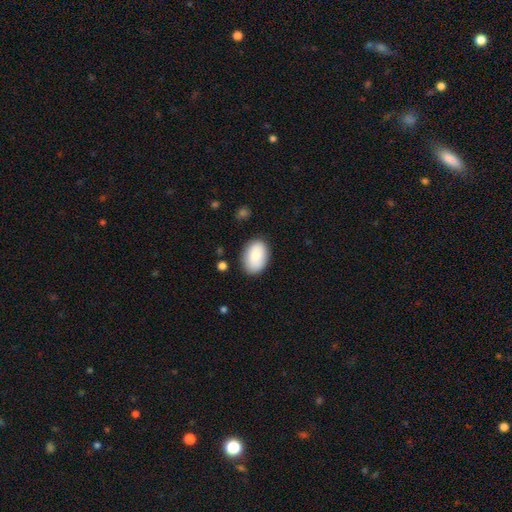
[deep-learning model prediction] A smooth galaxy with no disk features (82%) that is in between round and cigar-shaped (86%).

Vote fractions:
- Smooth or featured? smooth: 82% / featured or disk: 12% / star or artifact: 6%
- How rounded? in between: 86% / round: 13% / cigar-shaped: 1%
- Merging? none: 83% / minor disturbance: 12% / major disturbance: 3% / merger: 2%